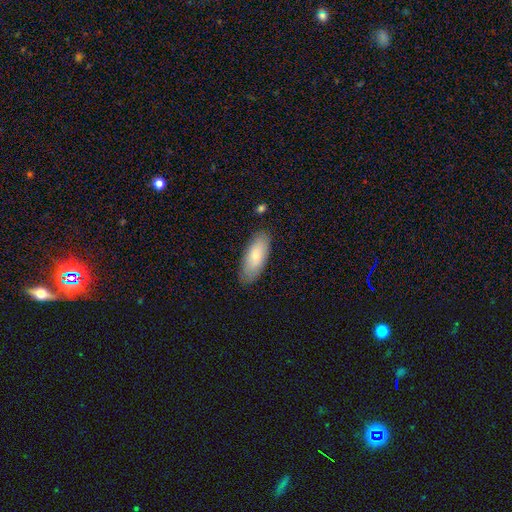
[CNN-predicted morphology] Smooth or featured? Predicted: smooth (p=0.79). How rounded? Predicted: in between (p=0.79). Merging? Predicted: none (p=0.83).